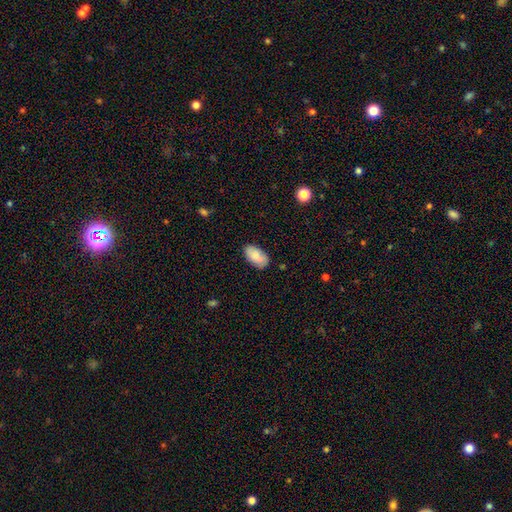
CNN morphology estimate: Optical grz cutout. It shows a smooth galaxy with no disk features (81%) that is in between round and cigar-shaped (94%). Merging: none (77%).